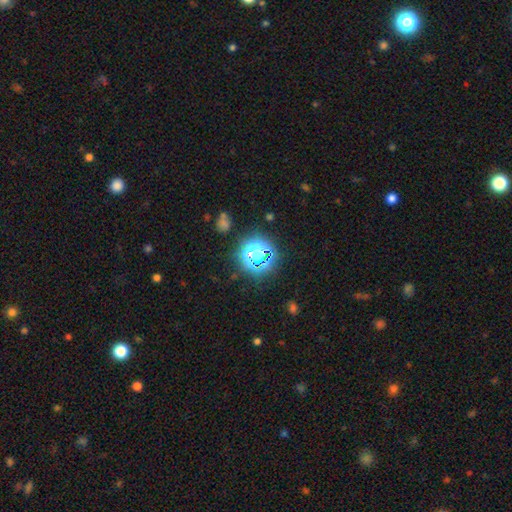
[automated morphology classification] Smooth or featured? star or artifact (68%)